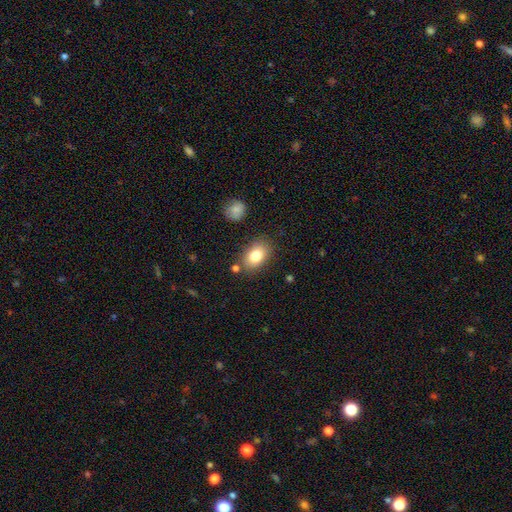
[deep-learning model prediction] Smooth or featured? Predicted: smooth (p=0.80). How rounded? Predicted: in between (p=0.83). Merging? Predicted: none (p=0.79).